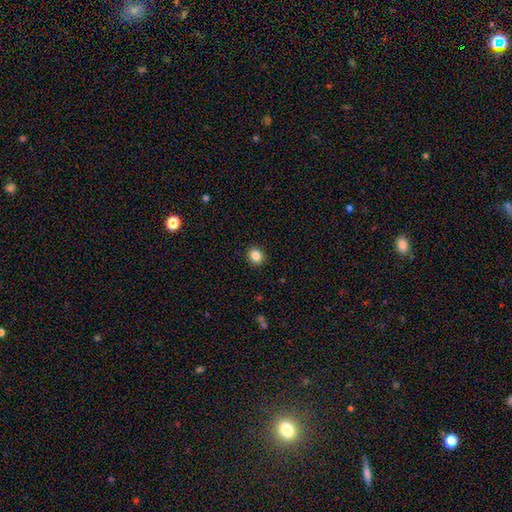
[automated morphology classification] Overall: smooth (84%). How rounded: round (80%). Merging: none (92%).